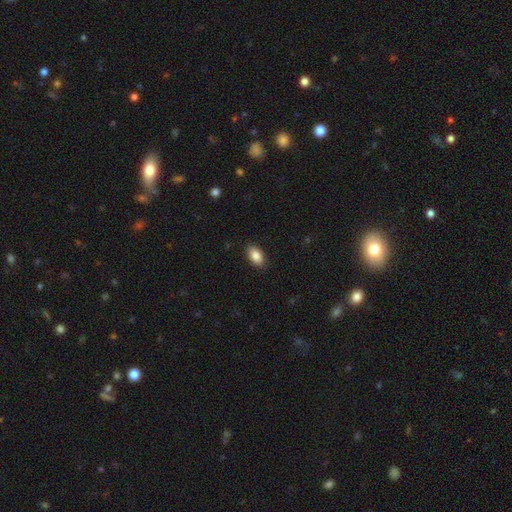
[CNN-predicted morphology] This appears to be a smooth galaxy with no disk features (86%) that is in between round and cigar-shaped (92%). Merging: none (88%).